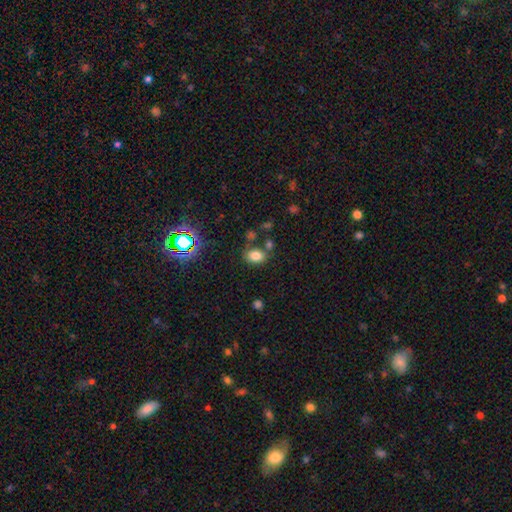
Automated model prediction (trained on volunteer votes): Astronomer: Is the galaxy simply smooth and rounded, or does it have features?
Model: smooth — 78%.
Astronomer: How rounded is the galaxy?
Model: in between — 74%.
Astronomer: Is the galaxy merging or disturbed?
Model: none — 71%.